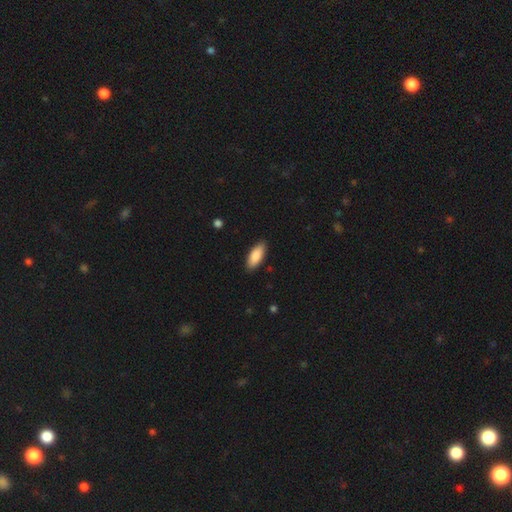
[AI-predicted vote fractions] Smooth or featured?
  - smooth: 88% *
  - featured or disk: 7%
  - star or artifact: 5%
How rounded?
  - in between: 83% *
  - cigar-shaped: 15%
  - round: 2%
Merging?
  - none: 88% *
  - minor disturbance: 9%
  - major disturbance: 2%
  - merger: 1%